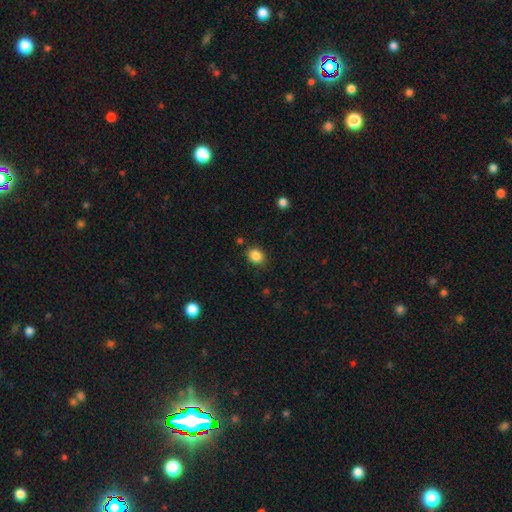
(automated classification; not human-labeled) Smooth or featured? smooth (86%)
How rounded? round (60%)
Merging? none (83%)